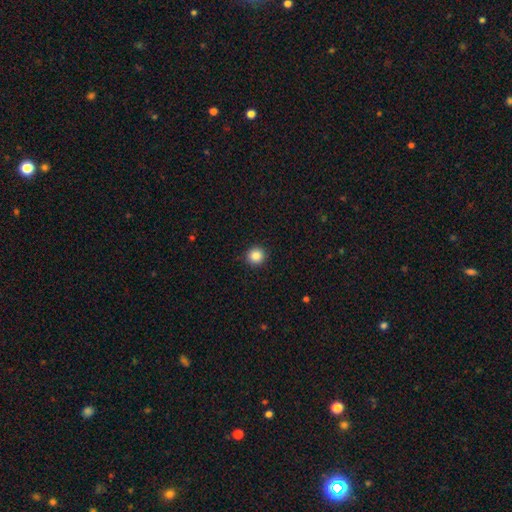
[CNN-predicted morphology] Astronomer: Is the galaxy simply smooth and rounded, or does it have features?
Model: smooth — 87%.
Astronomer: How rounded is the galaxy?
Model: round — 94%.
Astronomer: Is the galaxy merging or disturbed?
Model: none — 92%.